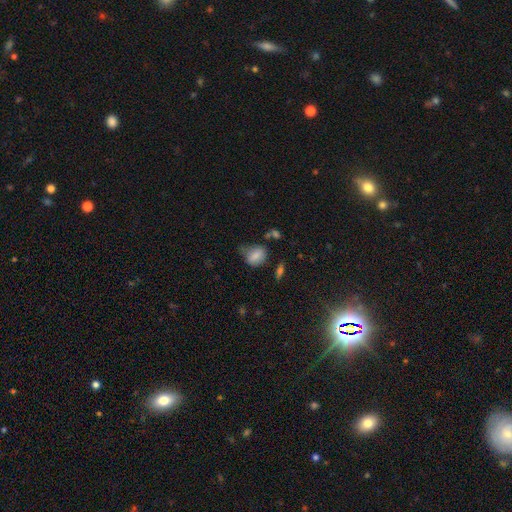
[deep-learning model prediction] Smooth or featured? Predicted: smooth (p=0.78). How rounded? Predicted: in between (p=0.59). Merging? Predicted: none (p=0.48).